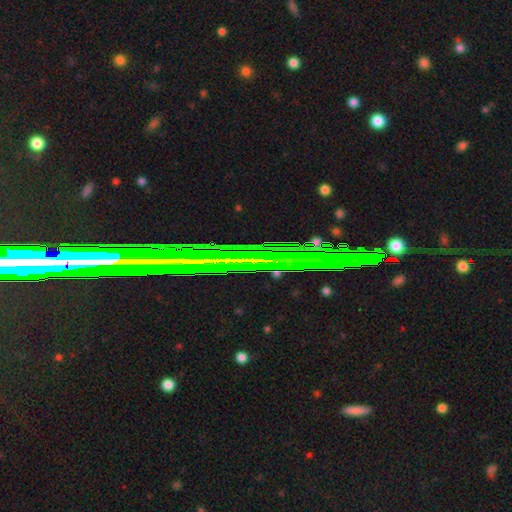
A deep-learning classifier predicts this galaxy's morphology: A star or artifact, not a galaxy (62%).

Vote fractions:
- Smooth or featured? star or artifact: 62% / featured or disk: 25% / smooth: 13%